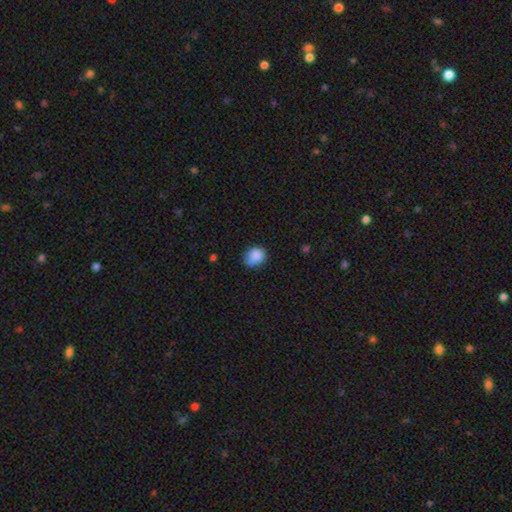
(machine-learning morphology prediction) Smooth or featured? Predicted: smooth (p=0.85). How rounded? Predicted: round (p=0.62). Merging? Predicted: none (p=0.57).